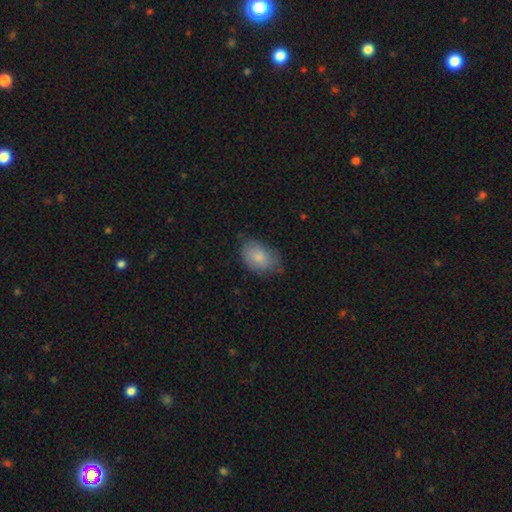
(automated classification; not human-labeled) This is likely a smooth galaxy (80%). How rounded: clearly in between (86%). Merging: likely none (62%).